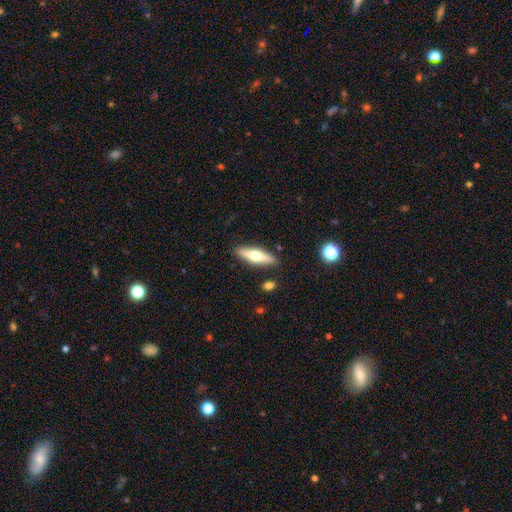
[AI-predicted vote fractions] smooth-or-featured: featured or disk: 48% | smooth: 46% | star or artifact: 6%
  merging: none: 87% | minor disturbance: 9% | merger: 2% | major disturbance: 2%